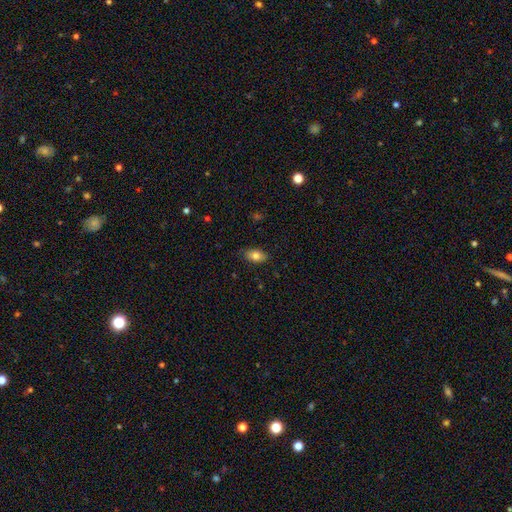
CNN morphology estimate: Smooth or featured? Predicted: smooth (p=0.80). How rounded? Predicted: in between (p=0.88). Merging? Predicted: none (p=0.83).